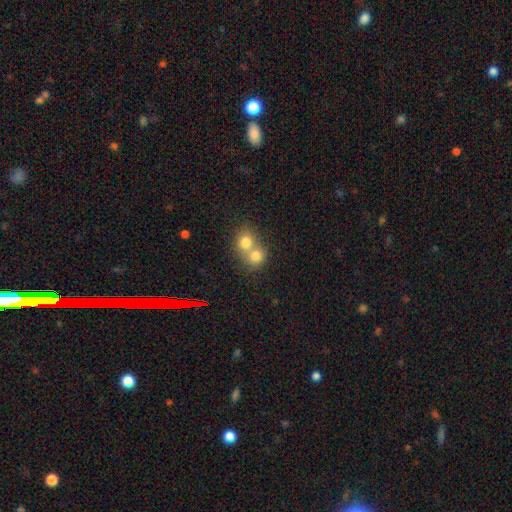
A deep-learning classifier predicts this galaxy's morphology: Smooth or featured: smooth — 75% (featured or disk — 14%)
How rounded: round — 78% (in between — 21%)
Merging: merger — 65% (none — 28%)